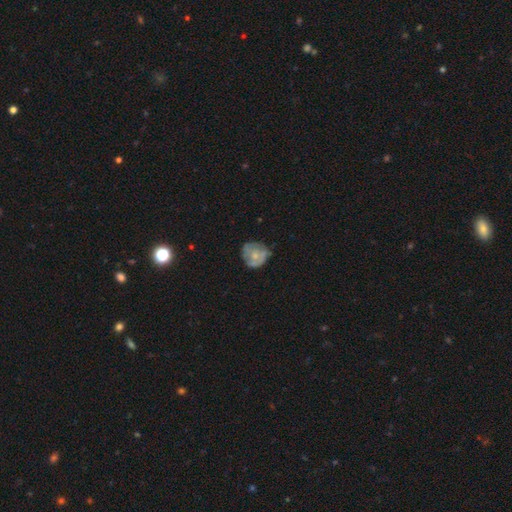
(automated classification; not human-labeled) Smooth or featured: featured or disk — 47% (smooth — 46%)
Merging: none — 63% (minor disturbance — 26%)